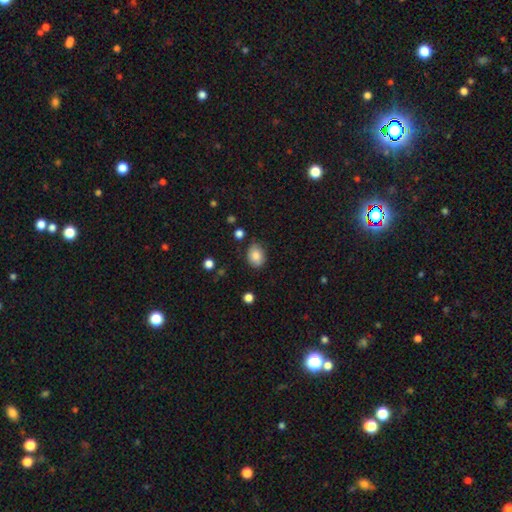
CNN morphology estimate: smooth-or-featured: smooth: 84% | star or artifact: 8% | featured or disk: 8%
  how-rounded: in between: 65% | round: 34% | cigar-shaped: 1%
  merging: none: 78% | minor disturbance: 17% | major disturbance: 3% | merger: 2%